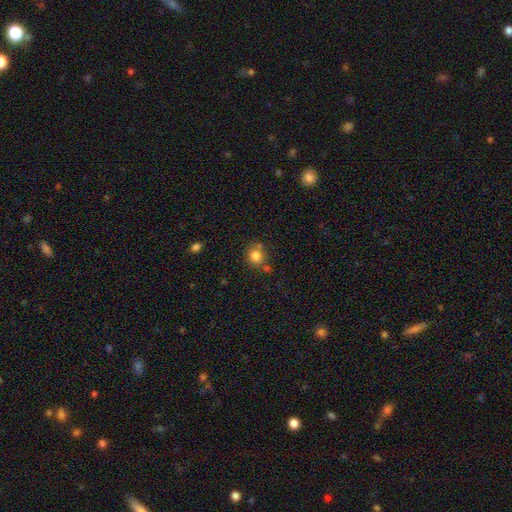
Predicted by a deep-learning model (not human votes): Overall: smooth (82%). How rounded: round (82%). Merging: none (66%).